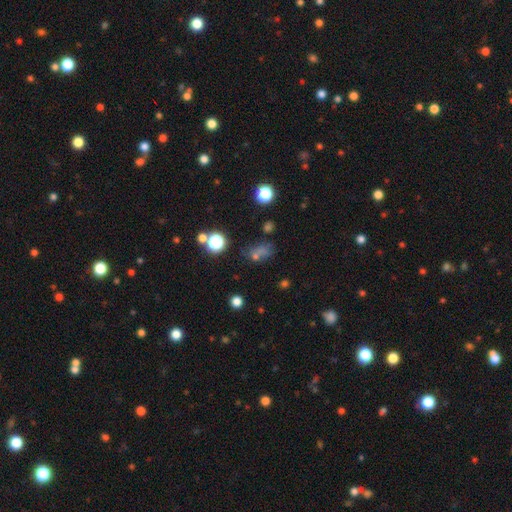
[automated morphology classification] Overall: smooth (48%; star or artifact 38%). Merging: none (54%; minor disturbance 18%).